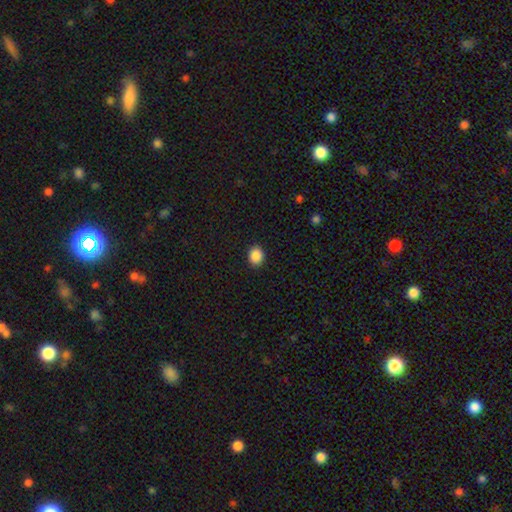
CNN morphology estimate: smooth-or-featured: smooth: 89% | star or artifact: 9% | featured or disk: 3%
  how-rounded: round: 56% | in between: 43% | cigar-shaped: 1%
  merging: none: 91% | minor disturbance: 6% | major disturbance: 2% | merger: 1%